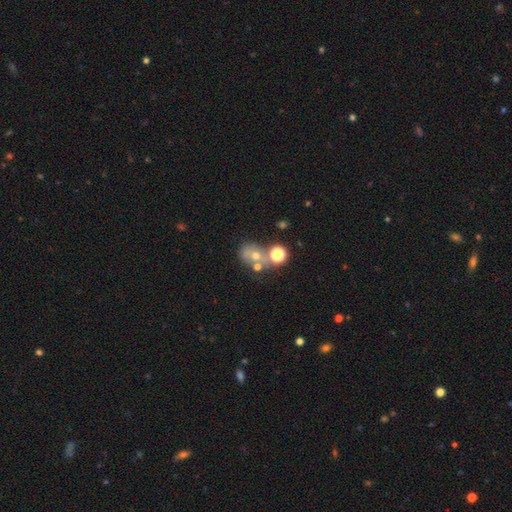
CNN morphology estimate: smooth_or_featured: smooth (p=0.53) [alt: featured or disk p=0.24]
how_rounded: round (p=0.59) [alt: in between p=0.39]
merging: merger (p=0.40) [alt: none p=0.38]